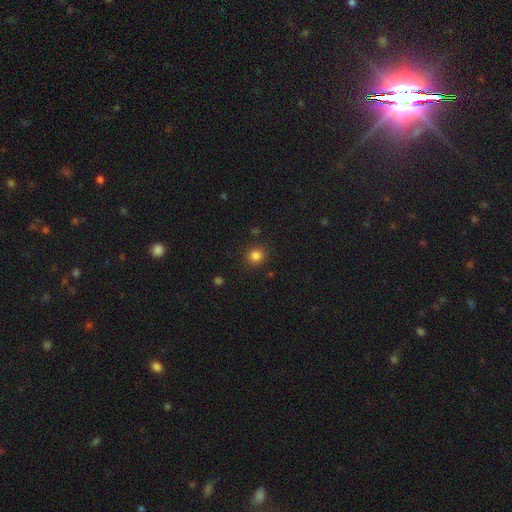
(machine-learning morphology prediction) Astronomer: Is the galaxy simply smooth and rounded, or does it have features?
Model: smooth — 83%.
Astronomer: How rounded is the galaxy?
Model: round — 89%.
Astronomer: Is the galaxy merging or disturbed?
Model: none — 89%.